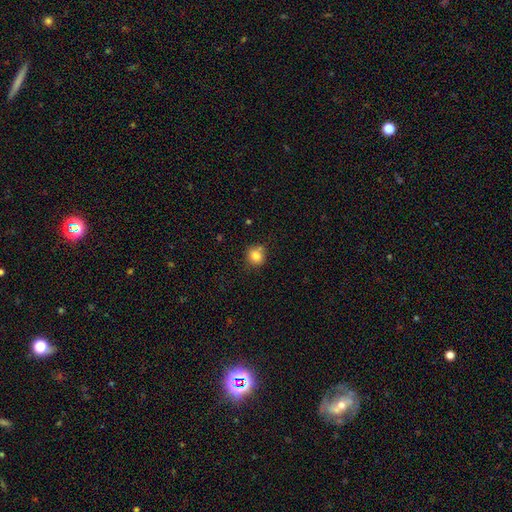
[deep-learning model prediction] This is clearly a smooth galaxy (83%). How rounded: clearly round (84%). Merging: likely none (72%).